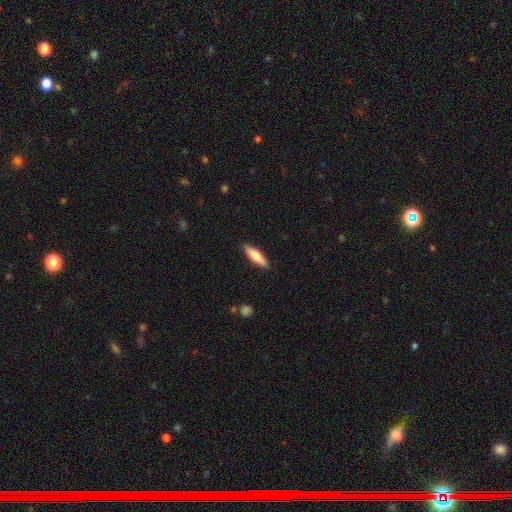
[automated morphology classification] Smooth or featured?
  - smooth: 65% *
  - featured or disk: 29%
  - star or artifact: 6%
How rounded?
  - cigar-shaped: 57% *
  - in between: 41%
  - round: 2%
Merging?
  - none: 88% *
  - minor disturbance: 9%
  - major disturbance: 2%
  - merger: 1%